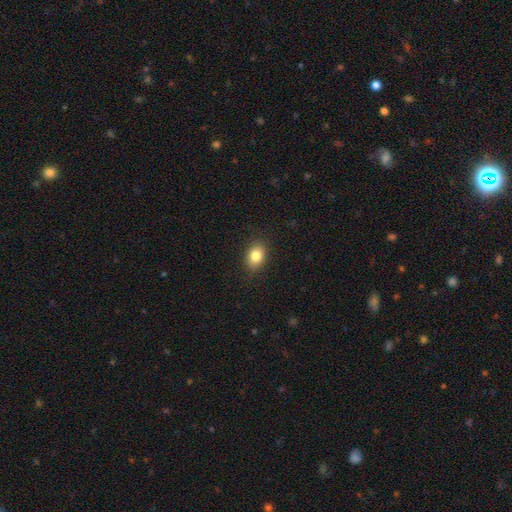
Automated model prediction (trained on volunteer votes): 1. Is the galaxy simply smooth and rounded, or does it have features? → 83% smooth, 9% star or artifact, 8% featured or disk.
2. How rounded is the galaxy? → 72% in between, 27% round, 1% cigar-shaped.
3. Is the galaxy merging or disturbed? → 88% none, 9% minor disturbance, 2% major disturbance, 1% merger.